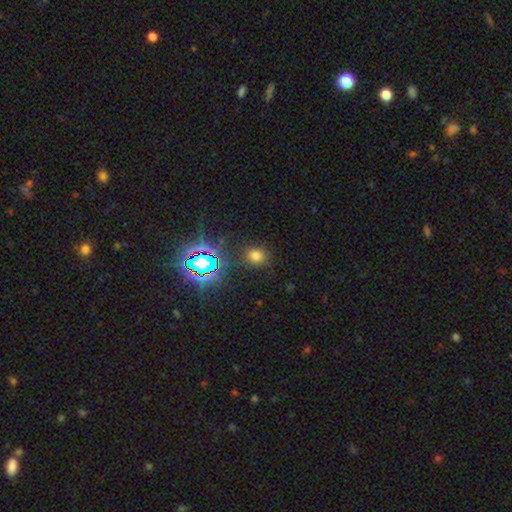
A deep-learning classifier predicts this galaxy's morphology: Smooth or featured: smooth — 66% (star or artifact — 27%)
How rounded: round — 69% (in between — 30%)
Merging: none — 85% (minor disturbance — 9%)